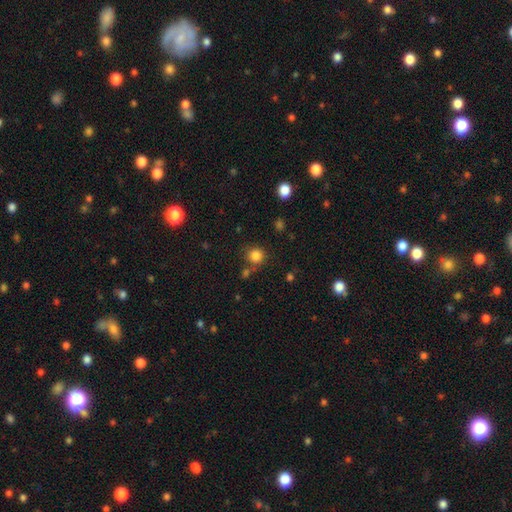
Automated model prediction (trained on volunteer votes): This is clearly a smooth galaxy (82%). How rounded: clearly round (92%). Merging: likely none (77%).